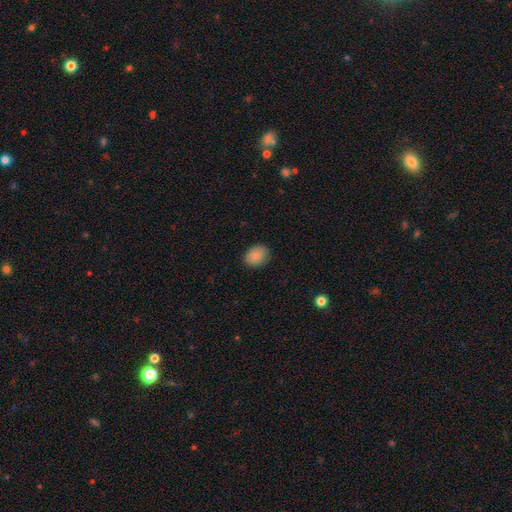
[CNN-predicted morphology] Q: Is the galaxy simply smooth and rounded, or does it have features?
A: smooth — 85%.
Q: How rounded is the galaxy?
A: in between — 61%.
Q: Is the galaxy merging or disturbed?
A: none — 83%.